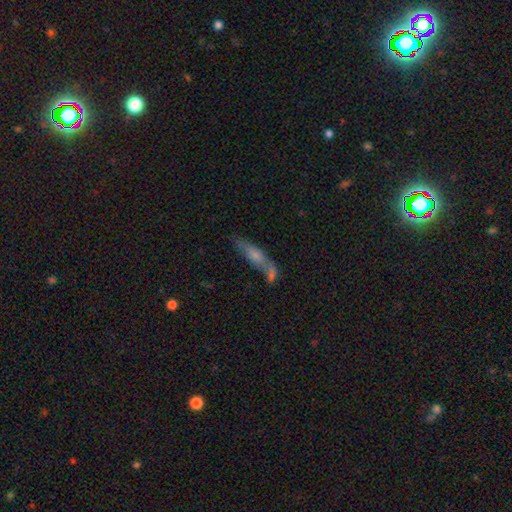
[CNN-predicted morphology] This is possibly a smooth galaxy (52%). How rounded: likely cigar-shaped (65%). Merging: marginally none (43%).